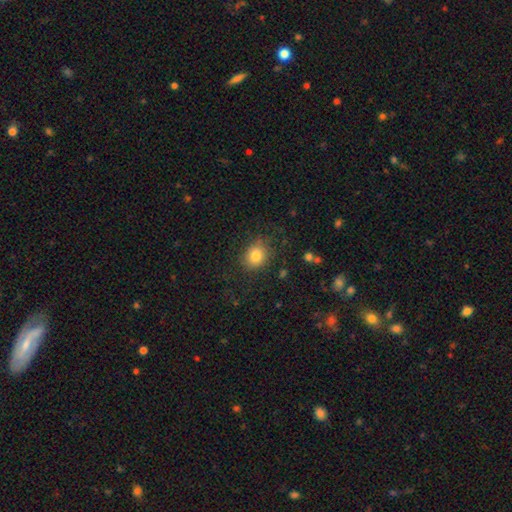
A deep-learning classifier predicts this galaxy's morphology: A smooth galaxy with no disk features (81%) that is round (64%). Merging: none (77%).